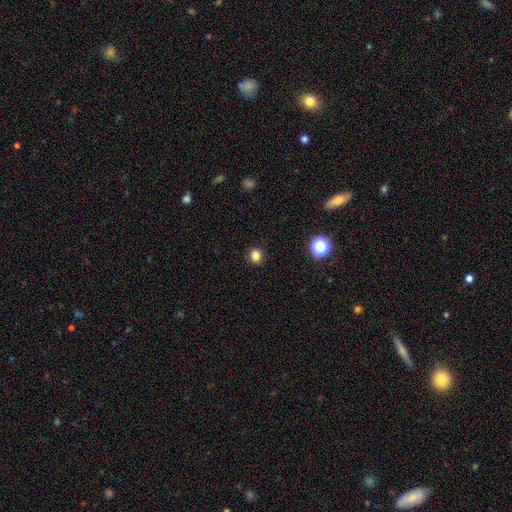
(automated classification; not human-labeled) Smooth or featured? smooth (83%)
How rounded? round (76%)
Merging? none (90%)